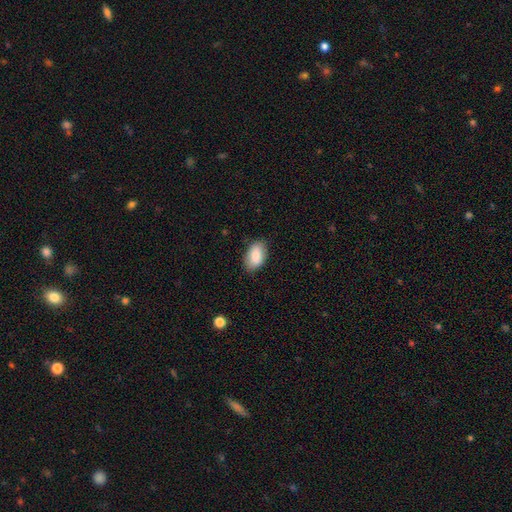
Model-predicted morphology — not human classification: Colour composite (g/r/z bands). It shows a smooth galaxy with no disk features (85%) that is in between round and cigar-shaped (93%). Merging: none (80%).